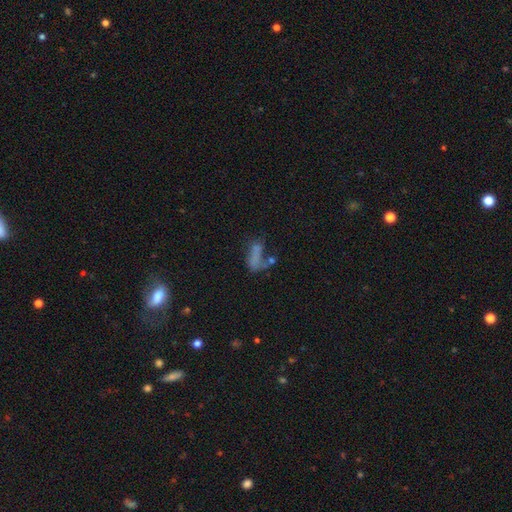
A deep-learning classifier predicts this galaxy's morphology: This appears to be a smooth galaxy with no disk features (57%) that is in between round and cigar-shaped (66%). Merging: none (29%).